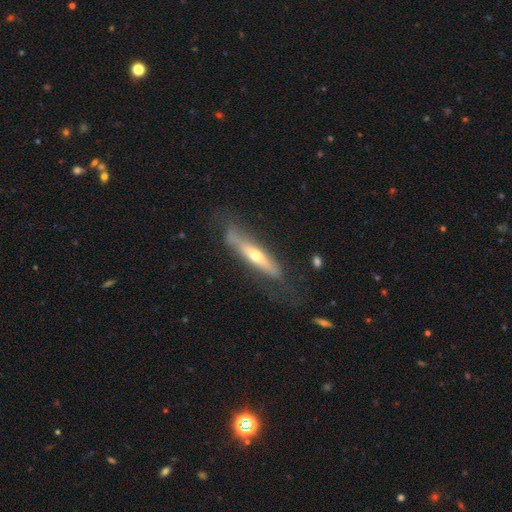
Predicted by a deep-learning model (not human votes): Q: Smooth or featured?
A: featured or disk (61%); runner-up: smooth (33%)
Q: Edge-on disk?
A: yes (76%); runner-up: no (24%)
Q: Merging?
A: none (60%); runner-up: minor disturbance (23%)